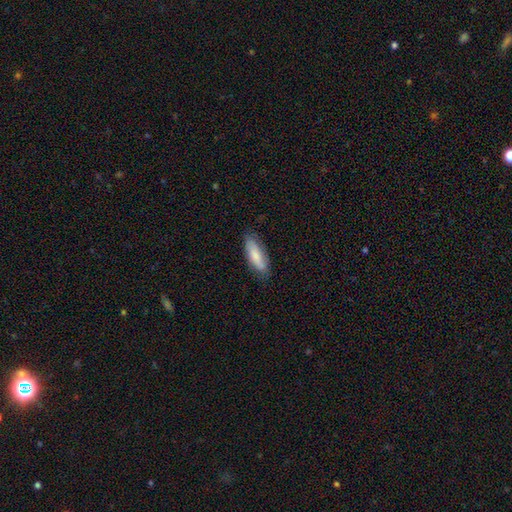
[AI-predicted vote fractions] Smooth or featured? smooth (77%)
How rounded? in between (59%)
Merging? none (76%)